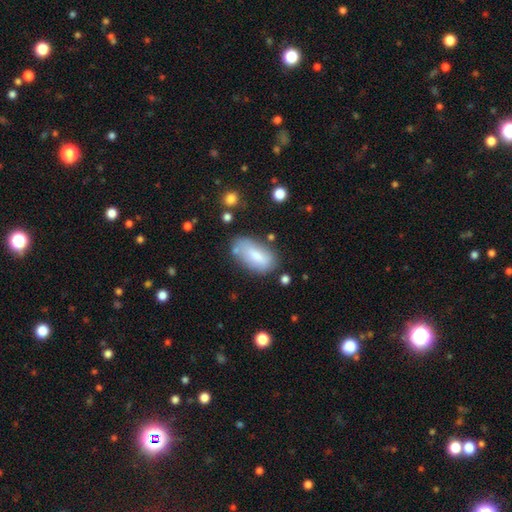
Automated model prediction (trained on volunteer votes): Smooth or featured: smooth — 76% (featured or disk — 17%)
How rounded: in between — 90% (cigar-shaped — 8%)
Merging: none — 68% (minor disturbance — 20%)